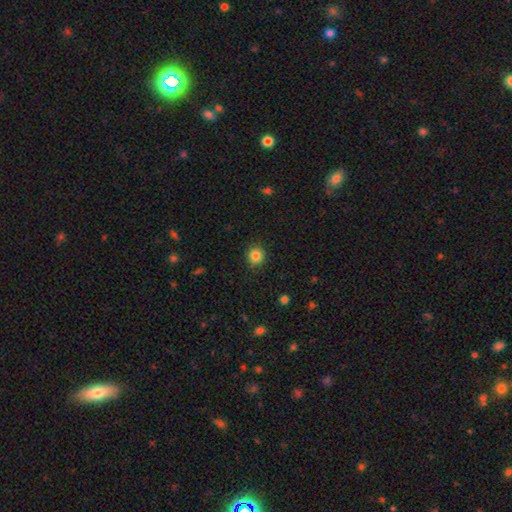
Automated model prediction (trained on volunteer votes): Q: Smooth or featured?
A: smooth (84%); runner-up: star or artifact (11%)
Q: How rounded?
A: round (92%); runner-up: in between (7%)
Q: Merging?
A: none (88%); runner-up: minor disturbance (8%)